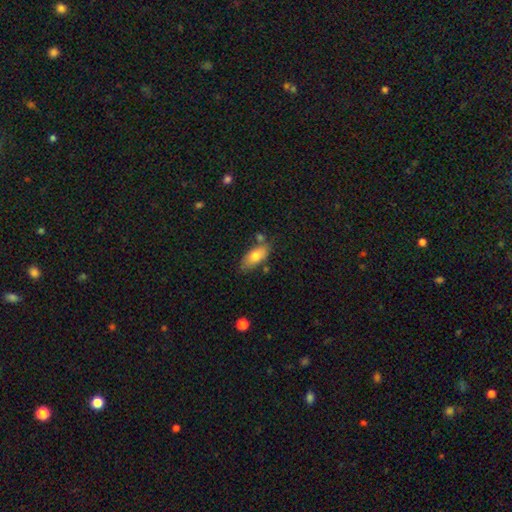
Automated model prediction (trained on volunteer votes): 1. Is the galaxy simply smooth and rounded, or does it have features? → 76% smooth, 18% featured or disk, 7% star or artifact.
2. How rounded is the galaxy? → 87% in between, 10% cigar-shaped, 3% round.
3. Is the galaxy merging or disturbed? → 69% none, 18% minor disturbance, 9% merger, 4% major disturbance.